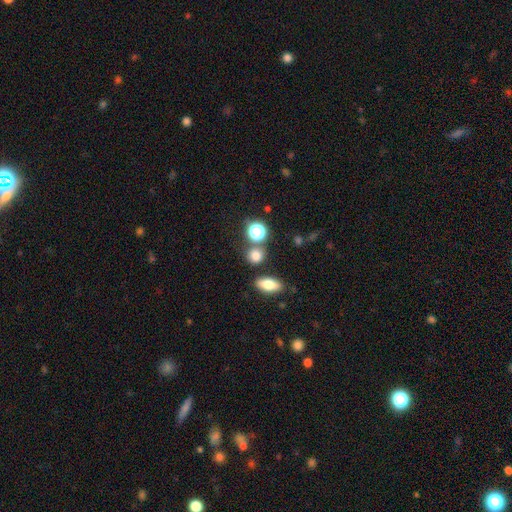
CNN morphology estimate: Smooth or featured: smooth — 75% (star or artifact — 18%)
How rounded: round — 76% (in between — 21%)
Merging: none — 74% (merger — 12%)